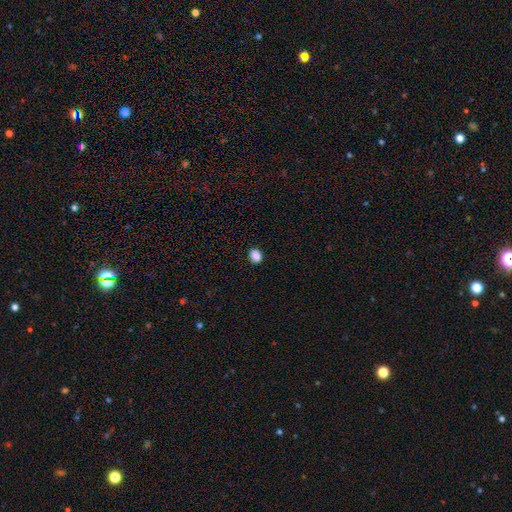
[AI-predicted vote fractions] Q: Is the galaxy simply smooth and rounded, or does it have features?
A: smooth — 88%.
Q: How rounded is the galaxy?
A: in between — 56%.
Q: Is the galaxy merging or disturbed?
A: none — 90%.